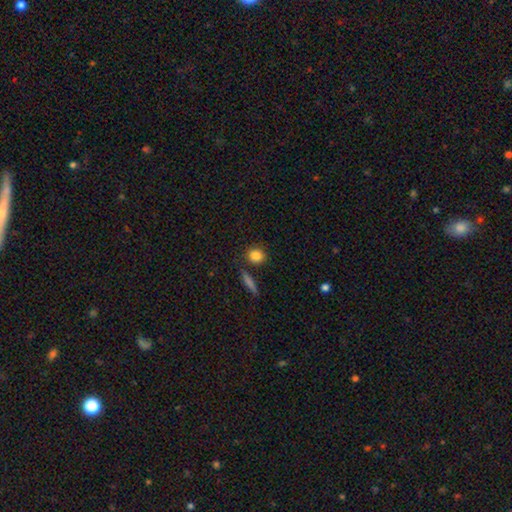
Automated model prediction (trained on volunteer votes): Q: Smooth or featured?
A: smooth (85%); runner-up: star or artifact (9%)
Q: How rounded?
A: round (76%); runner-up: in between (20%)
Q: Merging?
A: none (83%); runner-up: minor disturbance (9%)